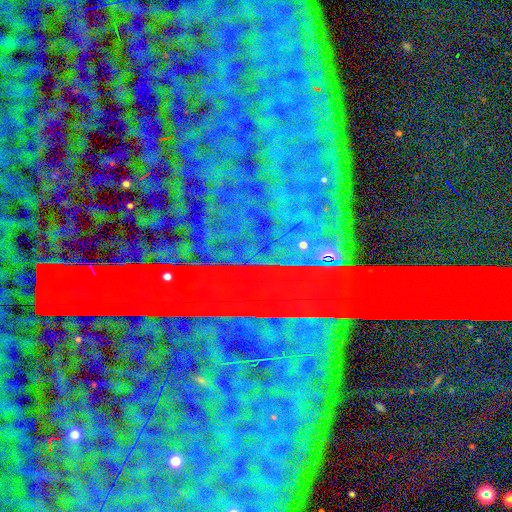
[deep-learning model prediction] Morphology: type=star or artifact (88%).